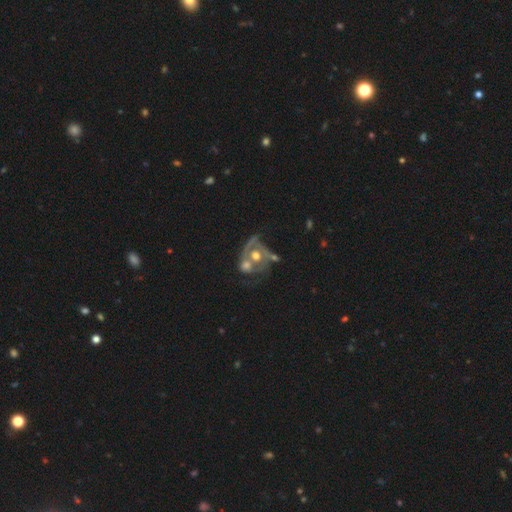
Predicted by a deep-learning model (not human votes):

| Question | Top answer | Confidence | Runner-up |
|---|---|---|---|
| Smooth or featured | featured or disk | 68% | smooth (24%) |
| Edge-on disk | no | 96% | yes (4%) |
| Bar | no | 83% | weak (13%) |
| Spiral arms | yes | 50% | tied: no (50%) |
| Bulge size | moderate | 64% | large (22%) |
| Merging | merger | 46% | none (22%) |